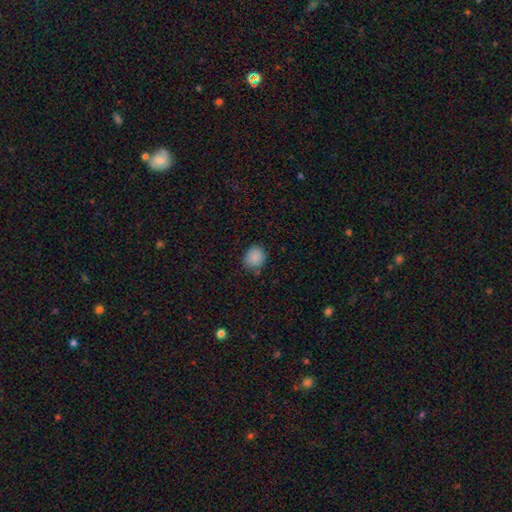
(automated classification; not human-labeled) smooth_or_featured: smooth (p=0.87) [alt: star or artifact p=0.09]
how_rounded: round (p=0.77) [alt: in between p=0.22]
merging: none (p=0.83) [alt: minor disturbance p=0.12]